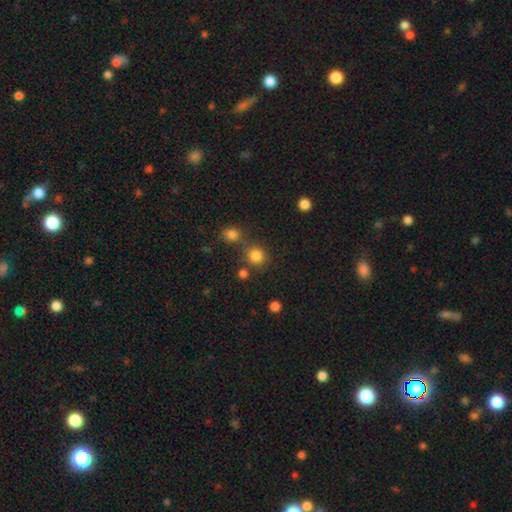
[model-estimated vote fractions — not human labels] This is clearly a smooth galaxy (82%). How rounded: clearly round (89%). Merging: likely none (73%).